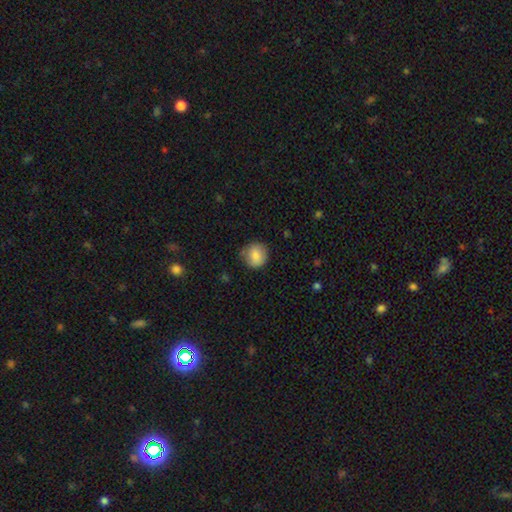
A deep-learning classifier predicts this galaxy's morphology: type=smooth (84%); roundness=round (89%); merging=none (78%).